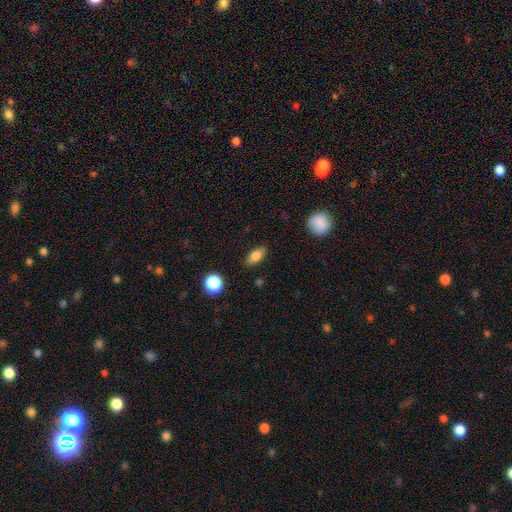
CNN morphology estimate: A smooth galaxy with no disk features (77%) that is in between round and cigar-shaped (83%). Merging: none (87%).